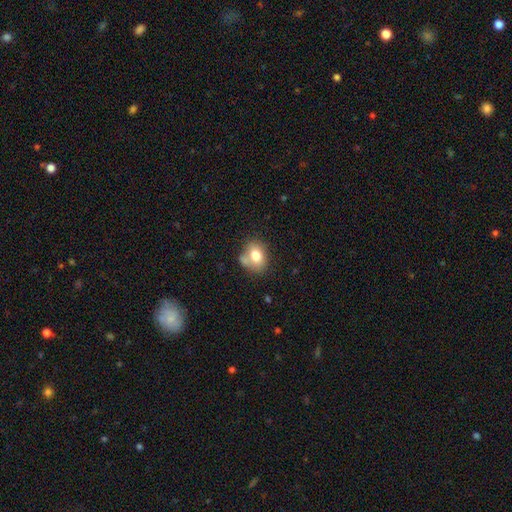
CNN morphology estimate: Smooth or featured? smooth (76%)
How rounded? in between (62%)
Merging? none (52%)